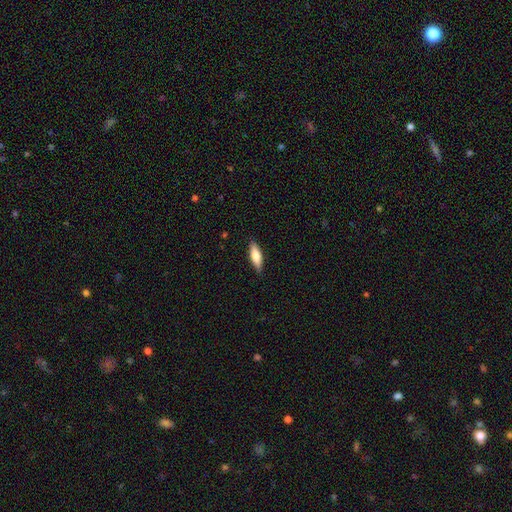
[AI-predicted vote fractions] Overall: smooth (69%). How rounded: in between (50%; cigar-shaped 48%). Merging: none (87%).